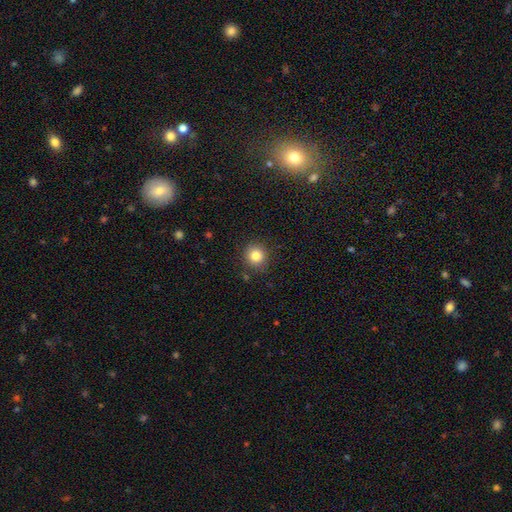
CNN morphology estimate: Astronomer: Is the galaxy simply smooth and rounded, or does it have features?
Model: smooth — 83%.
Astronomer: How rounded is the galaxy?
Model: round — 91%.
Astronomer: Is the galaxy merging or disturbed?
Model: none — 89%.